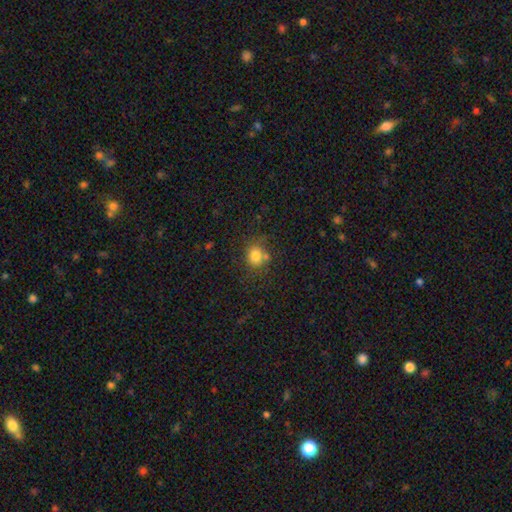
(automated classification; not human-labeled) smooth-or-featured: smooth: 79% | star or artifact: 13% | featured or disk: 9%
  how-rounded: round: 65% | in between: 34% | cigar-shaped: 1%
  merging: none: 61% | merger: 18% | minor disturbance: 16% | major disturbance: 6%